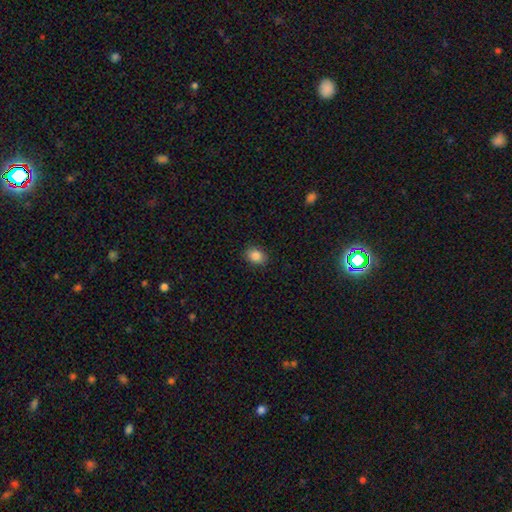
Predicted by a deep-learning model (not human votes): Morphology: type=smooth (86%); roundness=in between (61%); merging=none (88%).